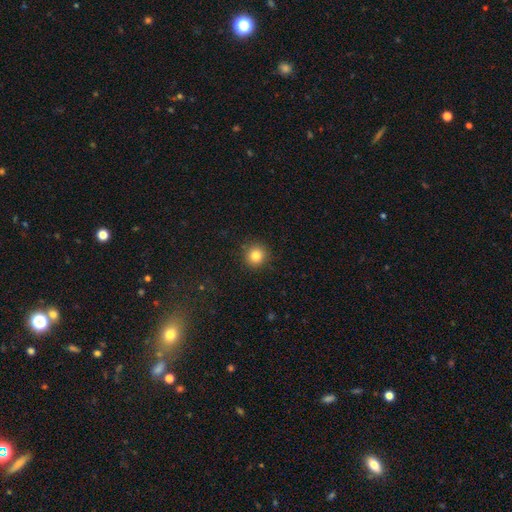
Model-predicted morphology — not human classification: Smooth or featured? smooth (82%)
How rounded? round (93%)
Merging? none (90%)